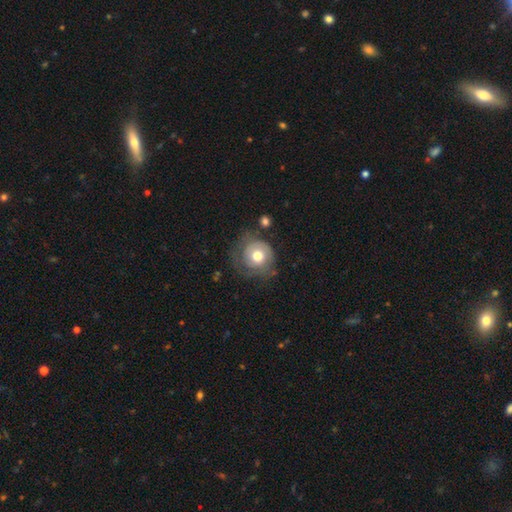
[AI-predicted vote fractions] Smooth or featured?
  - smooth: 46% *
  - star or artifact: 28%
  - featured or disk: 26%
Merging?
  - none: 83% *
  - minor disturbance: 10%
  - major disturbance: 4%
  - merger: 3%